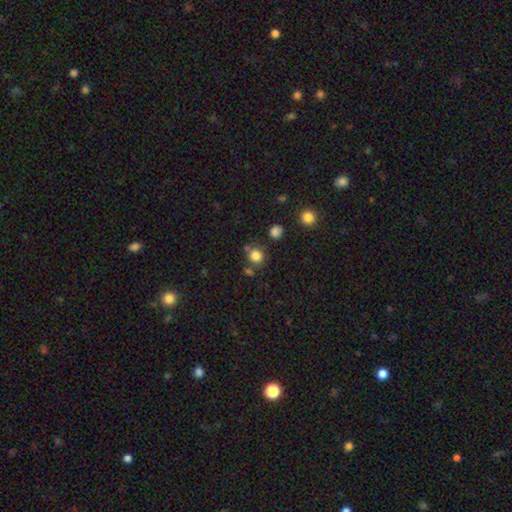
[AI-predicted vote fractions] smooth-or-featured: smooth: 82% | star or artifact: 13% | featured or disk: 5%
  how-rounded: round: 86% | in between: 13% | cigar-shaped: 1%
  merging: none: 71% | merger: 13% | minor disturbance: 12% | major disturbance: 4%